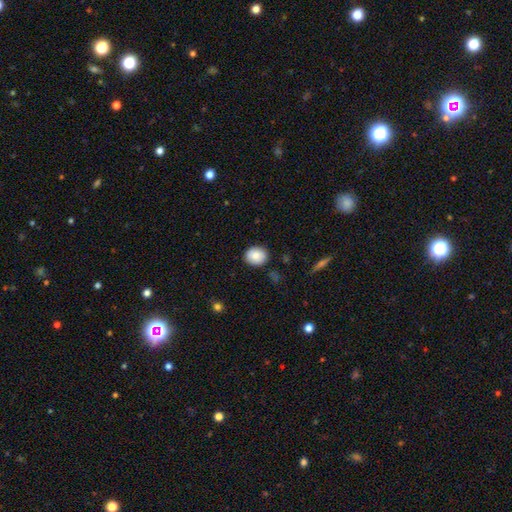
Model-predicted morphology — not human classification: The model was most divided on "how rounded": round: 66%, in between: 33%, cigar-shaped: 1%. More confident: merging — none (88%); smooth or featured — smooth (84%).